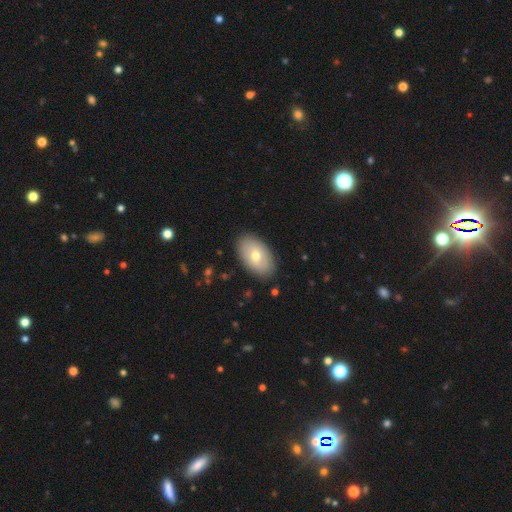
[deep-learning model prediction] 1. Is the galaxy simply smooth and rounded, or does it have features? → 57% smooth, 36% featured or disk, 6% star or artifact.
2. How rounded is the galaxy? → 92% in between, 7% round, 1% cigar-shaped.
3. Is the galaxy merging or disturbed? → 85% none, 11% minor disturbance, 3% major disturbance, 1% merger.